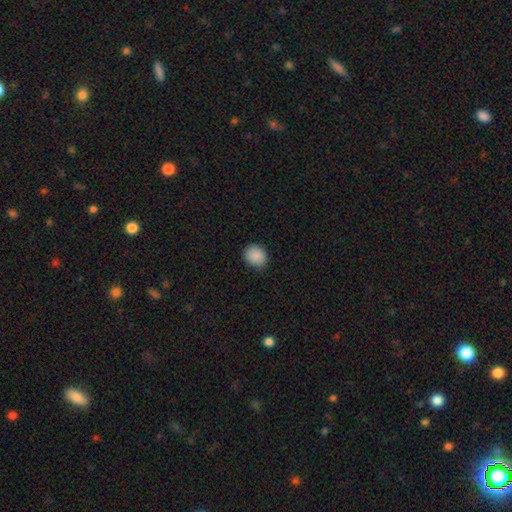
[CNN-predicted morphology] The model was most divided on "how rounded": round: 65%, in between: 34%, cigar-shaped: 1%. More confident: smooth or featured — smooth (89%); merging — none (85%).